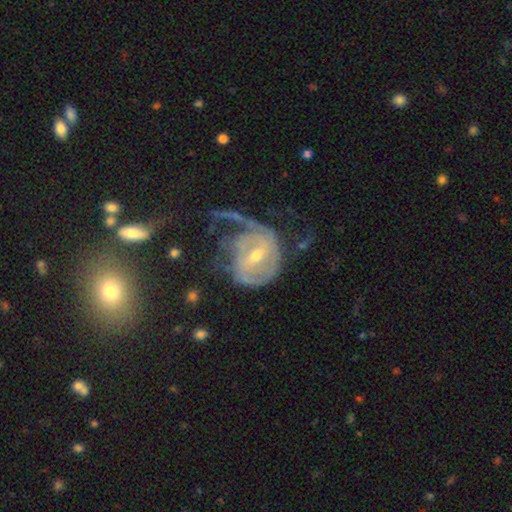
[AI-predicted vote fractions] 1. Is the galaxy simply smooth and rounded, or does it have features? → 82% featured or disk, 12% smooth, 6% star or artifact.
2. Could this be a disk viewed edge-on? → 97% no, 3% yes.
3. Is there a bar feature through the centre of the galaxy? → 50% weak, 26% strong, 24% no.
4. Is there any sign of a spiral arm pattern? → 86% yes, 14% no.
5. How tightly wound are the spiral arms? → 43% tight, 33% medium, 24% loose.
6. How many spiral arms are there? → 35% 2, 29% can't tell, 20% 1, 9% 3, 4% 4, 4% more than 4.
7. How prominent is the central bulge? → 49% moderate, 47% small, 2% large, 1% none, 1% dominant.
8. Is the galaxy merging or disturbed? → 42% major disturbance, 34% none, 19% minor disturbance, 4% merger.